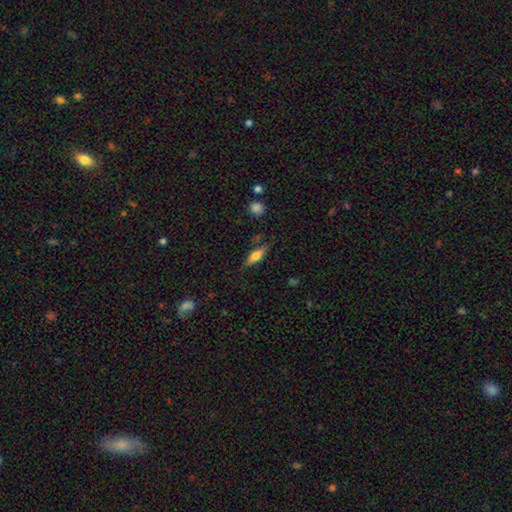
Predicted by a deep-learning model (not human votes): Morphology: type=smooth (54%); roundness=cigar-shaped (53%); merging=none (78%).